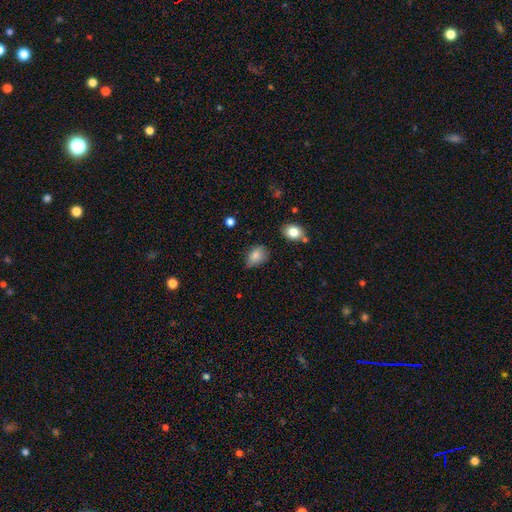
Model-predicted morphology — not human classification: This appears to be a smooth galaxy with no disk features (82%) that is in between round and cigar-shaped (74%). Merging: none (58%).